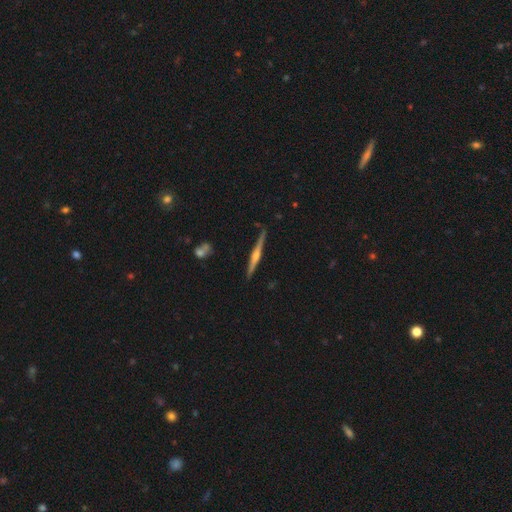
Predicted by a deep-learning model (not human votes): smooth_or_featured: featured or disk (p=0.77) [alt: smooth p=0.18]
disk_edge_on: yes (p=0.98) [alt: no p=0.02]
edge_on_bulge: rounded (p=0.78) [alt: boxy p=0.12]
merging: none (p=0.88) [alt: minor disturbance p=0.09]